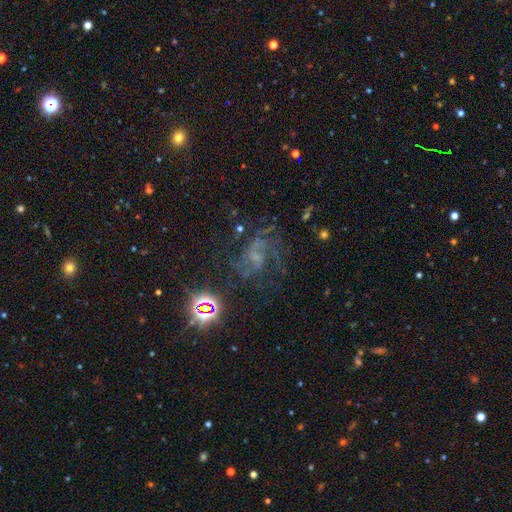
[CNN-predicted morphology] The model was most divided on "bulge size": small: 46%, none: 31%, moderate: 19%, large: 3%, dominant: 1%. More confident: edge-on disk — no (97%); spiral arms — yes (82%); smooth or featured — featured or disk (56%); bar — no (54%); merging — none (52%).